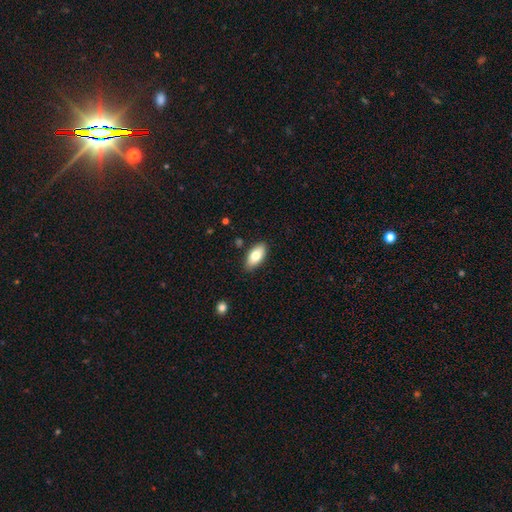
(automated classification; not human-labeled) Smooth or featured: smooth — 76% (featured or disk — 17%)
How rounded: in between — 91% (cigar-shaped — 6%)
Merging: none — 86% (minor disturbance — 11%)